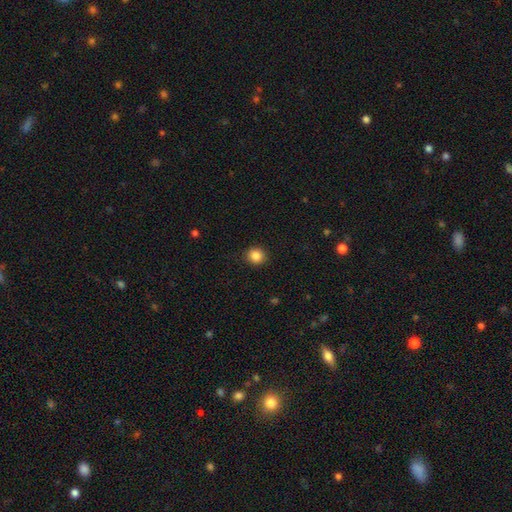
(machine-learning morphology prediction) The model was most divided on "how rounded": round: 85%, in between: 14%, cigar-shaped: 1%. More confident: merging — none (90%); smooth or featured — smooth (85%).